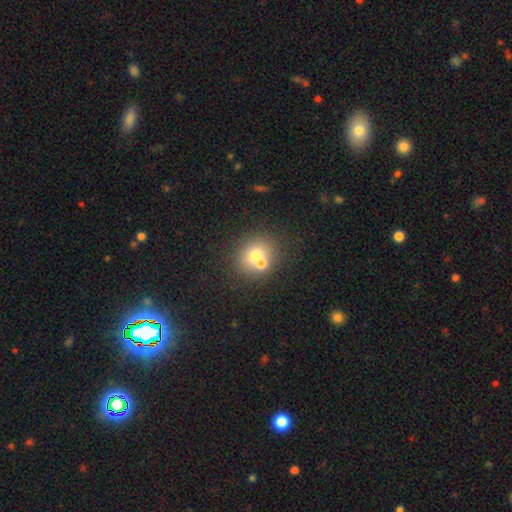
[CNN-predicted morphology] Smooth or featured?
  - smooth: 67% *
  - featured or disk: 19%
  - star or artifact: 14%
How rounded?
  - round: 76% *
  - in between: 23%
  - cigar-shaped: 1%
Merging?
  - none: 50% *
  - merger: 39%
  - minor disturbance: 8%
  - major disturbance: 4%